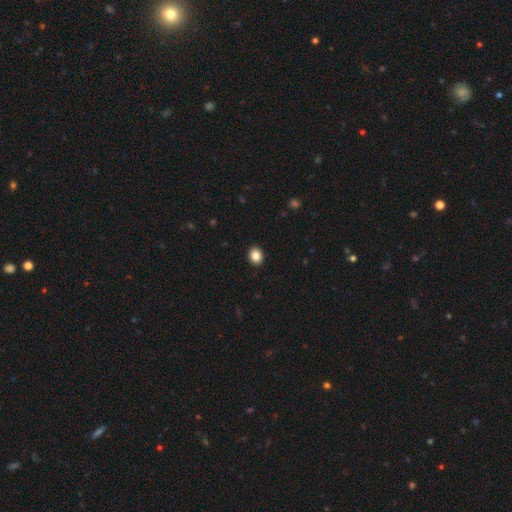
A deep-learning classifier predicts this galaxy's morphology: The model was most divided on "how rounded": round: 59%, in between: 40%, cigar-shaped: 1%. More confident: merging — none (92%); smooth or featured — smooth (86%).